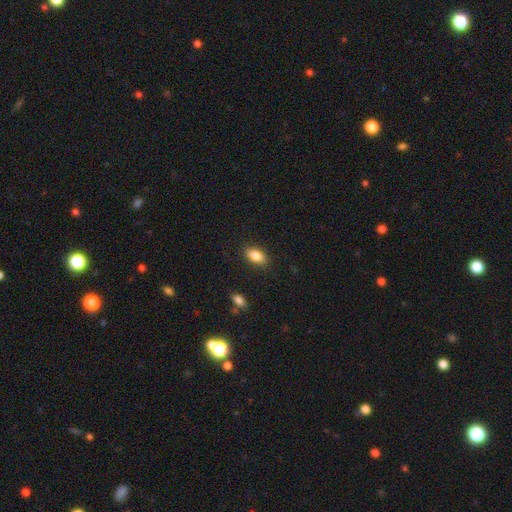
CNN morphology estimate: smooth-or-featured: smooth: 84% | featured or disk: 8% | star or artifact: 8%
  how-rounded: in between: 88% | round: 7% | cigar-shaped: 5%
  merging: none: 85% | minor disturbance: 11% | major disturbance: 3% | merger: 1%